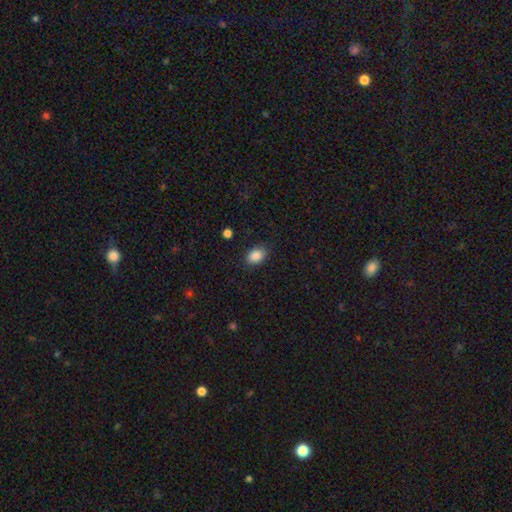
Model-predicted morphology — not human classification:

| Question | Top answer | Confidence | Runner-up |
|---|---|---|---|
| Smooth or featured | smooth | 88% | star or artifact (9%) |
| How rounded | in between | 79% | round (20%) |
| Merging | none | 84% | minor disturbance (12%) |